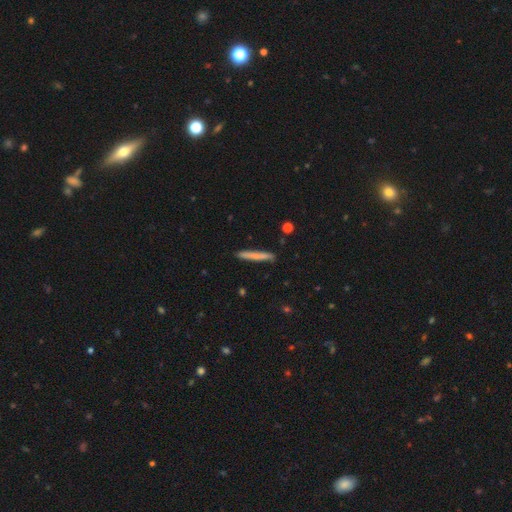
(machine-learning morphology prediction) smooth 71%, featured or disk 23%, star or artifact 6%. Down the decision tree: how rounded — cigar-shaped (96%); merging — none (90%).